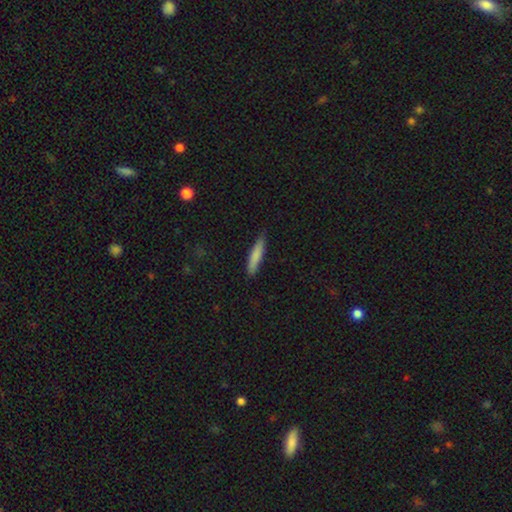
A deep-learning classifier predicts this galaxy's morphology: Smooth or featured? smooth (81%)
How rounded? cigar-shaped (86%)
Merging? none (83%)